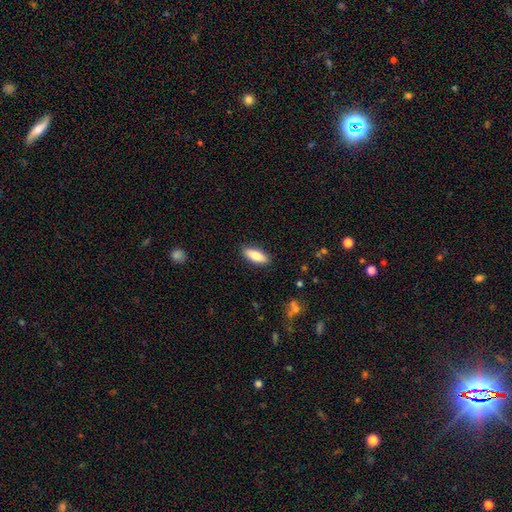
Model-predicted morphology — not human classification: smooth 80%, featured or disk 14%, star or artifact 6%. Down the decision tree: how rounded — in between (67%); merging — none (88%).